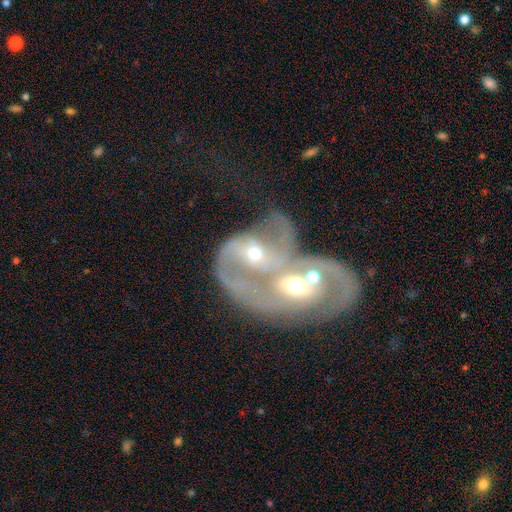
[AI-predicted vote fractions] Smooth or featured: featured or disk — 79% (smooth — 14%)
Edge-on disk: no — 96% (yes — 4%)
Bar: no — 57% (weak — 31%)
Spiral arms: yes — 86% (no — 14%)
Spiral winding: medium — 45% (loose — 32%)
Spiral arm count: 2 — 59% (can't tell — 19%)
Bulge size: moderate — 62% (small — 29%)
Merging: merger — 81% (major disturbance — 8%)